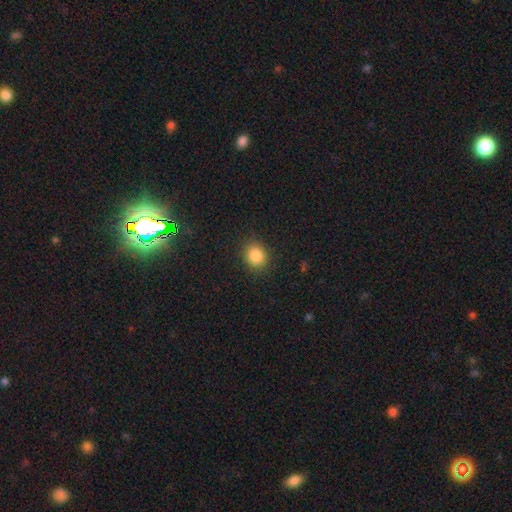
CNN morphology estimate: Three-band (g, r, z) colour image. It shows a smooth galaxy with no disk features (85%) that is round (74%). Merging: none (87%).